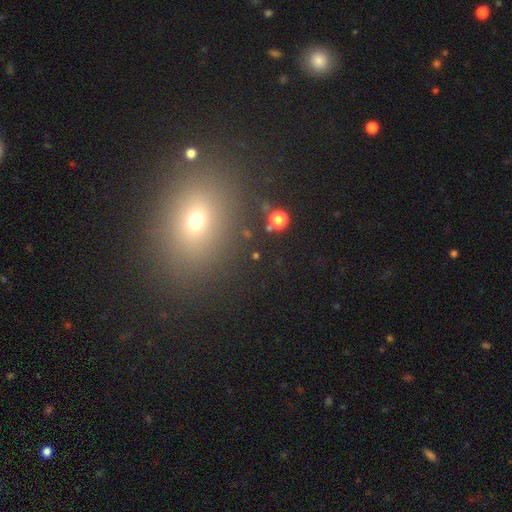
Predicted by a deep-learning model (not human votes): Smooth or featured: smooth — 54% (star or artifact — 33%)
How rounded: round — 56% (in between — 41%)
Merging: none — 82% (minor disturbance — 9%)